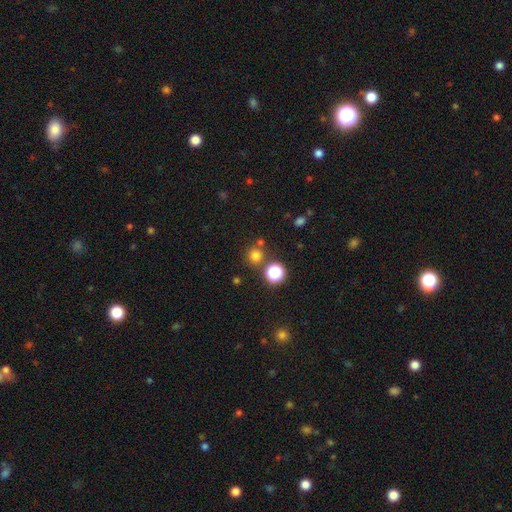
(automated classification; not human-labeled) Smooth or featured? Predicted: smooth (p=0.73). How rounded? Predicted: round (p=0.93). Merging? Predicted: none (p=0.77).